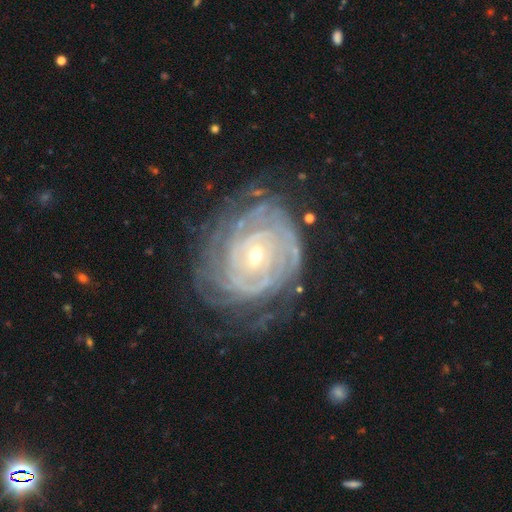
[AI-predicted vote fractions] Smooth or featured? Predicted: featured or disk (p=0.89). Edge-on disk? Predicted: no (p=0.97). Bar? Predicted: no (p=0.49). Spiral arms? Predicted: yes (p=0.96). Spiral winding? Predicted: tight (p=0.85). Spiral arm count? Predicted: can't tell (p=0.38). Bulge size? Predicted: small (p=0.62). Merging? Predicted: none (p=0.68).